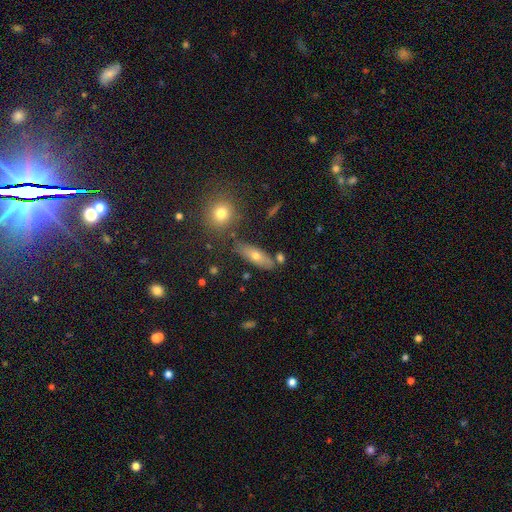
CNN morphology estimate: Smooth or featured? Predicted: smooth (p=0.53). How rounded? Predicted: in between (p=0.56). Merging? Predicted: none (p=0.79).